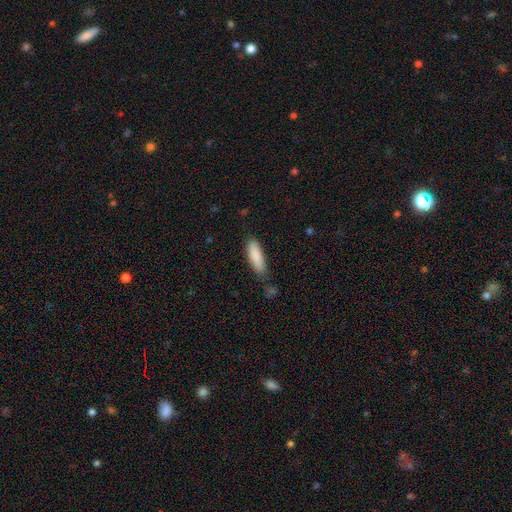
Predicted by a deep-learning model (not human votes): smooth 88%, featured or disk 6%, star or artifact 6%. Down the decision tree: how rounded — in between (50%); merging — none (75%).